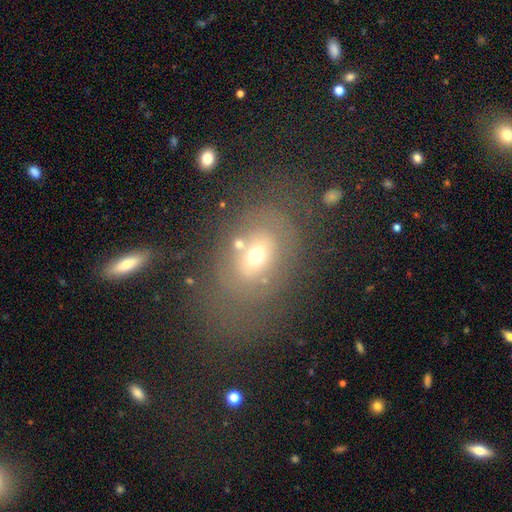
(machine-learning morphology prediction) smooth-or-featured: smooth: 50% | featured or disk: 36% | star or artifact: 14%
  merging: none: 56% | major disturbance: 19% | minor disturbance: 18% | merger: 7%